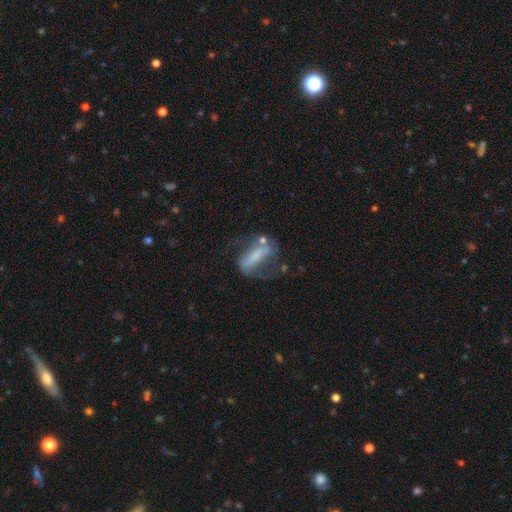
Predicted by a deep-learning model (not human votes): Morphology: type=featured or disk (62%); edge-on=no (84%); bar=strong (63%); spiral arms=yes (66%); bulge=none (37%); merging=none (39%).